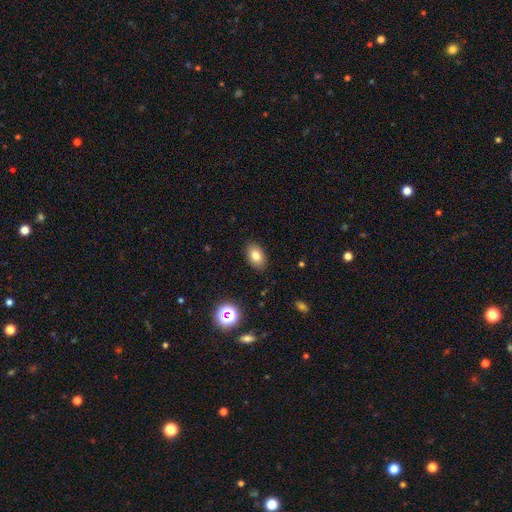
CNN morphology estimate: smooth_or_featured: smooth (p=0.79) [alt: star or artifact p=0.11]
how_rounded: in between (p=0.87) [alt: round p=0.12]
merging: none (p=0.88) [alt: minor disturbance p=0.09]